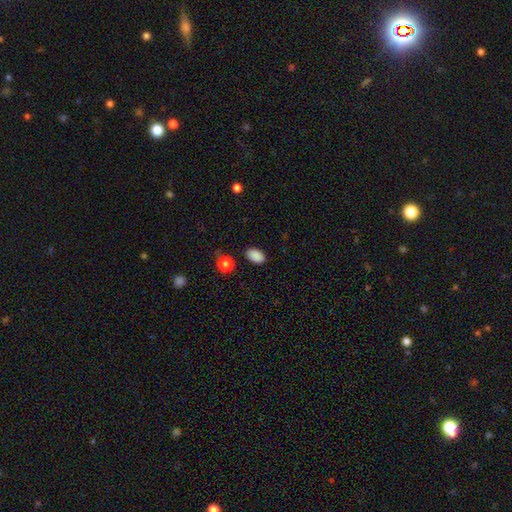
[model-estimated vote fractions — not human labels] A smooth galaxy with no disk features (88%) that is in between round and cigar-shaped (89%).

Vote fractions:
- Smooth or featured? smooth: 88% / star or artifact: 9% / featured or disk: 3%
- How rounded? in between: 89% / round: 10% / cigar-shaped: 1%
- Merging? none: 86% / minor disturbance: 10% / major disturbance: 3% / merger: 2%